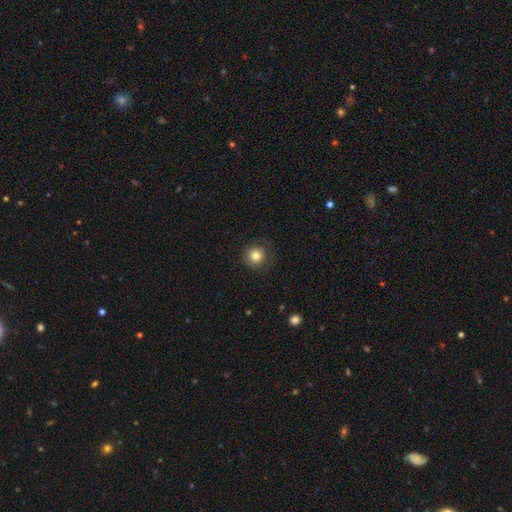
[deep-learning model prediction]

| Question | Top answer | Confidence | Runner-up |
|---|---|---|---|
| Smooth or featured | smooth | 80% | star or artifact (10%) |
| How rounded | round | 93% | in between (6%) |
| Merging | none | 83% | minor disturbance (11%) |